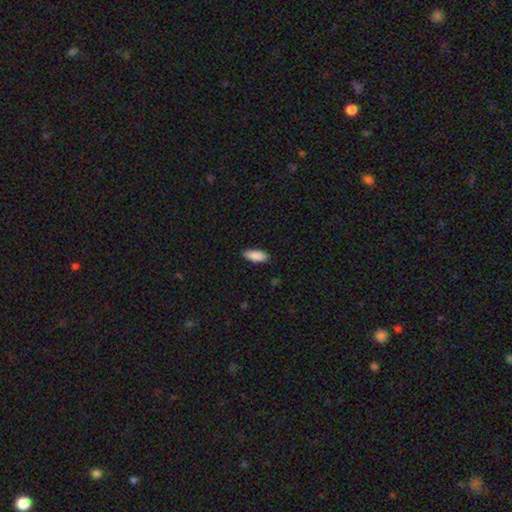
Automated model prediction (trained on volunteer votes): smooth 89%, star or artifact 6%, featured or disk 5%. Down the decision tree: how rounded — in between (78%); merging — none (88%).